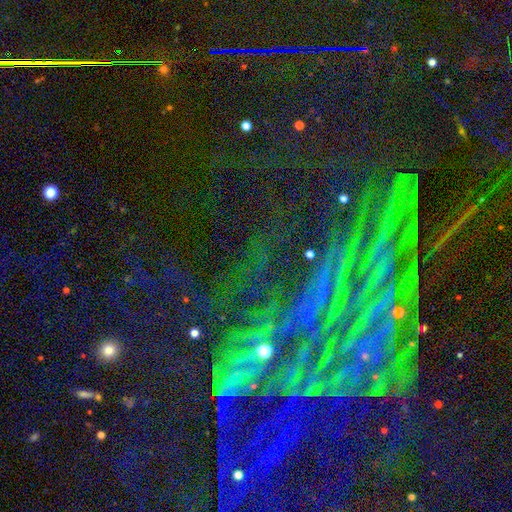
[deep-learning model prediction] This appears to be a star or artifact, not a galaxy (74%).